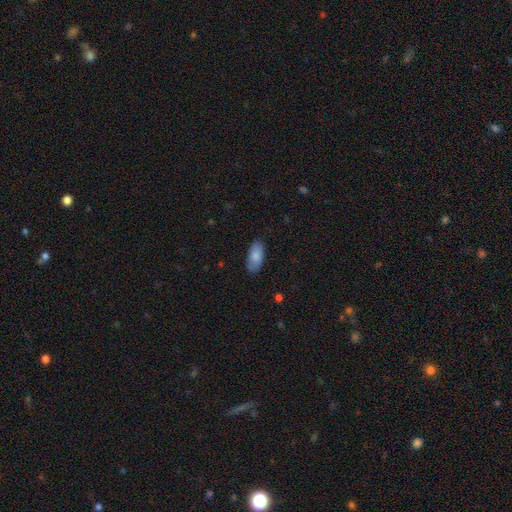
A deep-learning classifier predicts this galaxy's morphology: The model was most divided on "merging": none: 84%, minor disturbance: 12%, major disturbance: 3%, merger: 1%. More confident: how rounded — in between (91%); smooth or featured — smooth (85%).